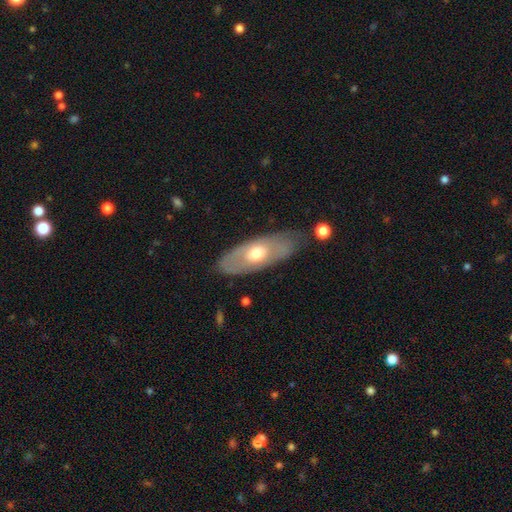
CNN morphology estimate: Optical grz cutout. It shows a featured or disk galaxy (54%). Merging: none (79%).